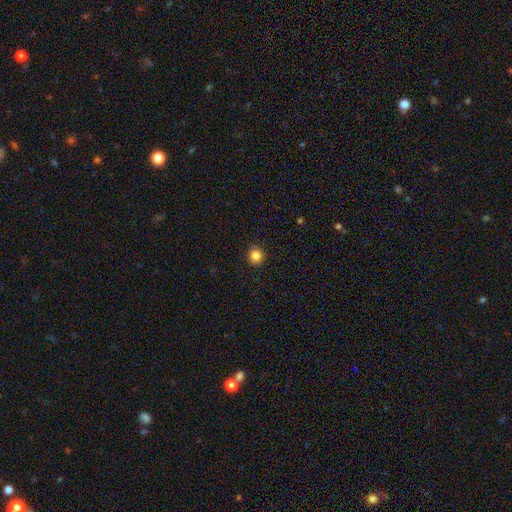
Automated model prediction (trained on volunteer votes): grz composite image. It shows a smooth galaxy with no disk features (84%) that is round (90%). Merging: none (89%).